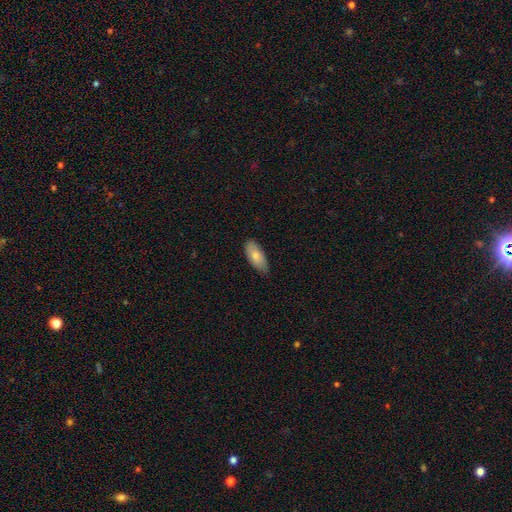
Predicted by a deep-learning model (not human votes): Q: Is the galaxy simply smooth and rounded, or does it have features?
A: smooth — 78%.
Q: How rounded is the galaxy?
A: in between — 87%.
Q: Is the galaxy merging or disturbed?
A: none — 75%.